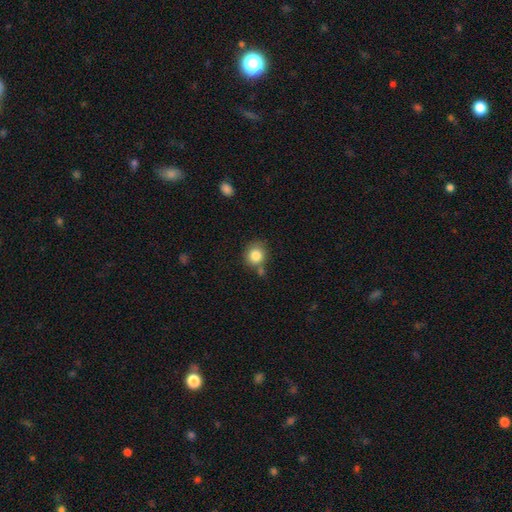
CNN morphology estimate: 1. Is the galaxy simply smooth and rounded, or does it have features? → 84% smooth, 9% star or artifact, 6% featured or disk.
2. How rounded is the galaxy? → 84% round, 15% in between, 1% cigar-shaped.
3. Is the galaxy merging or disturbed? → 65% none, 17% minor disturbance, 14% merger, 5% major disturbance.